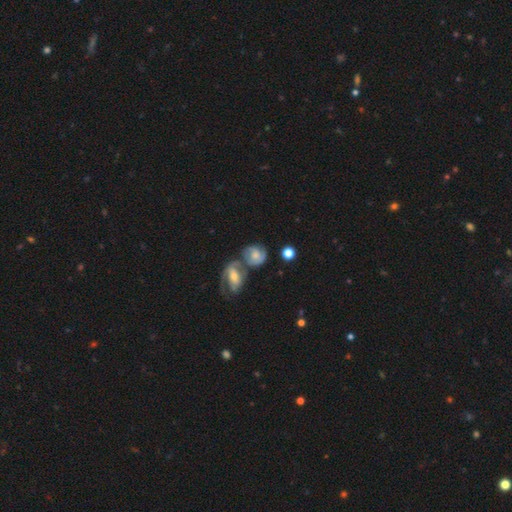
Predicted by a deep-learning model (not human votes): smooth-or-featured: featured or disk: 66% | smooth: 27% | star or artifact: 7%
  disk-edge-on: no: 96% | yes: 4%
    bar: no: 57% | weak: 34% | strong: 9%
    has-spiral-arms: yes: 91% | no: 9%
      spiral-winding: medium: 45% | tight: 40% | loose: 14%
      spiral-arm-count: 2: 58% | can't tell: 18% | 3: 12% | 1: 7% | 4: 3% | more than 4: 2%
    bulge-size: moderate: 48% | small: 33% | large: 9% | none: 7% | dominant: 2%
  merging: merger: 46% | none: 34% | minor disturbance: 12% | major disturbance: 7%